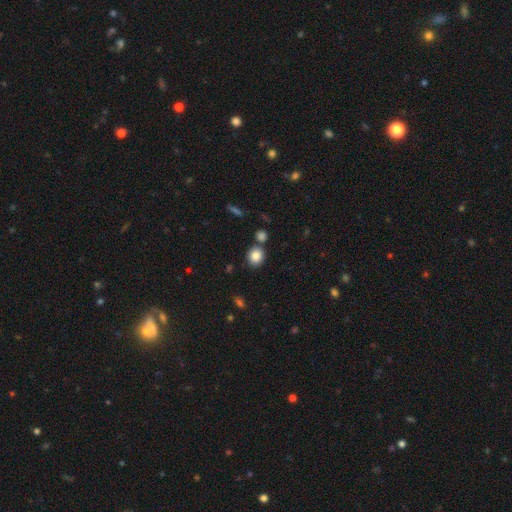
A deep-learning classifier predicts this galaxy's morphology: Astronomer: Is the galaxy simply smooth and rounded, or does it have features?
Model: smooth — 84%.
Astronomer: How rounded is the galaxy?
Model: round — 73%.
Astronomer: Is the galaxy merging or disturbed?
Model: none — 76%.